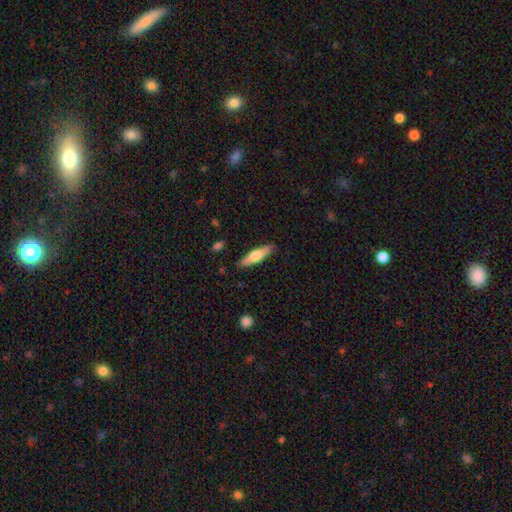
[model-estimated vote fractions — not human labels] smooth_or_featured: smooth (p=0.55) [alt: featured or disk p=0.40]
how_rounded: cigar-shaped (p=0.72) [alt: in between p=0.26]
merging: none (p=0.87) [alt: minor disturbance p=0.09]